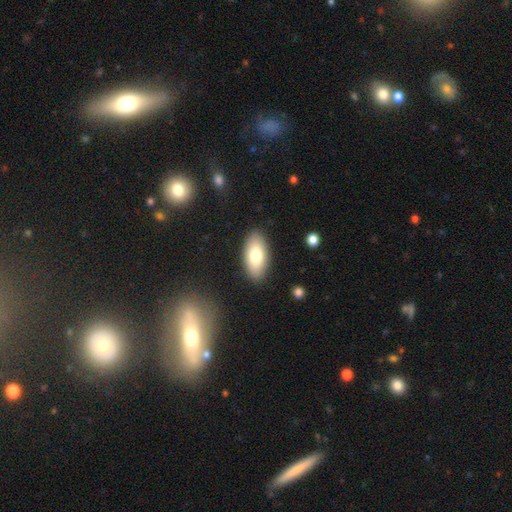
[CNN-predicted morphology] Overall: smooth (78%). How rounded: in between (91%). Merging: none (88%).